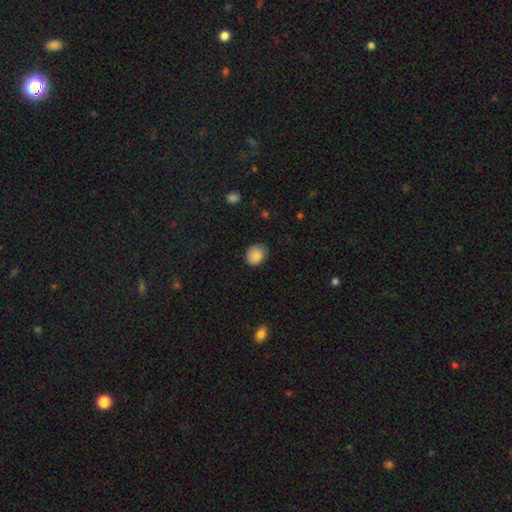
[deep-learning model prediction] Smooth or featured?
  - smooth: 86% *
  - star or artifact: 8%
  - featured or disk: 6%
How rounded?
  - round: 59% *
  - in between: 40%
  - cigar-shaped: 1%
Merging?
  - none: 68% *
  - minor disturbance: 25%
  - major disturbance: 5%
  - merger: 1%